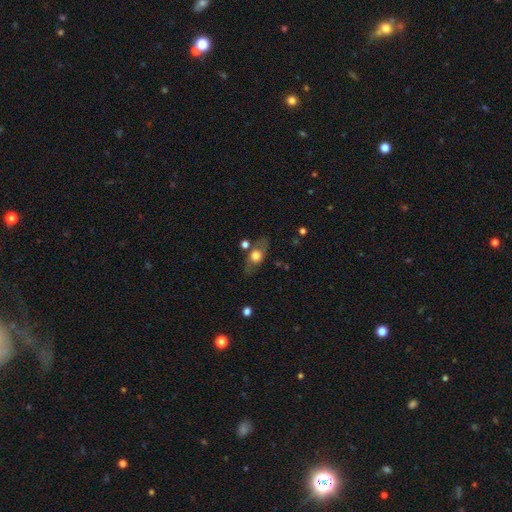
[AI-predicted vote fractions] This appears to be a smooth galaxy with no disk features (53%) that is in between round and cigar-shaped (61%). Merging: none (72%).